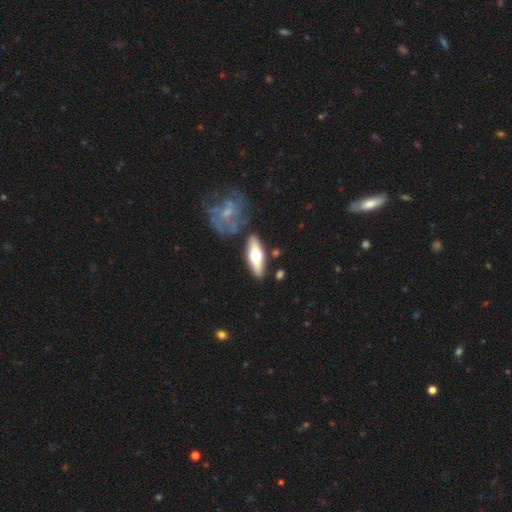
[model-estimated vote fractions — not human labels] smooth 50%, featured or disk 44%, star or artifact 5%. Down the decision tree: how rounded — in between (53%); merging — none (82%).